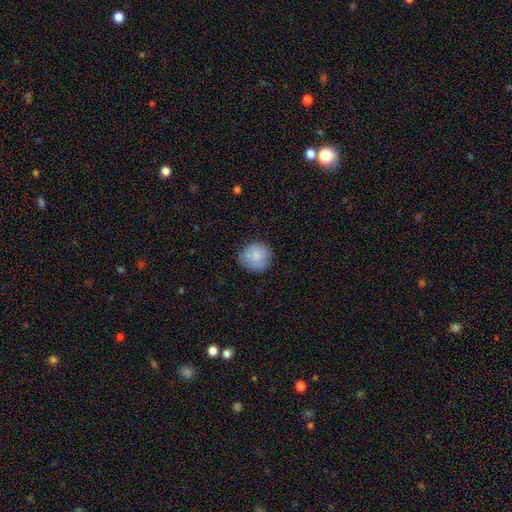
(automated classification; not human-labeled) A smooth galaxy with no disk features (82%) that is round (87%).

Vote fractions:
- Smooth or featured? smooth: 82% / featured or disk: 11% / star or artifact: 7%
- How rounded? round: 87% / in between: 12% / cigar-shaped: 1%
- Merging? none: 75% / minor disturbance: 20% / major disturbance: 4% / merger: 1%